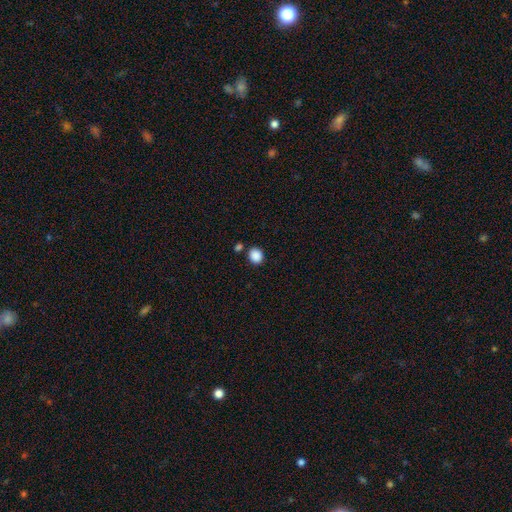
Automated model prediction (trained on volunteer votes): Smooth or featured? smooth (88%)
How rounded? round (67%)
Merging? none (81%)